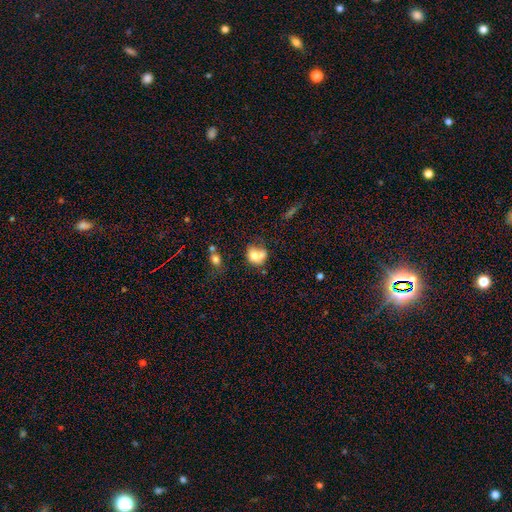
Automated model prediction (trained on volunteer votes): Smooth or featured: smooth — 69% (featured or disk — 20%)
How rounded: round — 53% (in between — 46%)
Merging: merger — 36% (none — 29%)